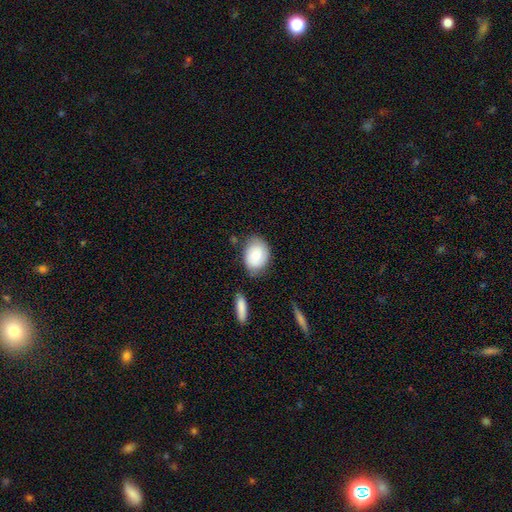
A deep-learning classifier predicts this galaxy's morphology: Smooth or featured? Predicted: smooth (p=0.78). How rounded? Predicted: in between (p=0.68). Merging? Predicted: none (p=0.69).